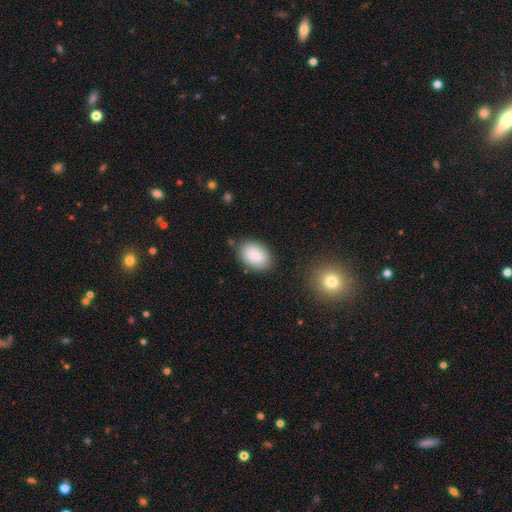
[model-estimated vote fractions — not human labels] smooth-or-featured: smooth: 88% | star or artifact: 7% | featured or disk: 5%
  how-rounded: in between: 88% | round: 11% | cigar-shaped: 1%
  merging: none: 79% | minor disturbance: 14% | major disturbance: 4% | merger: 3%